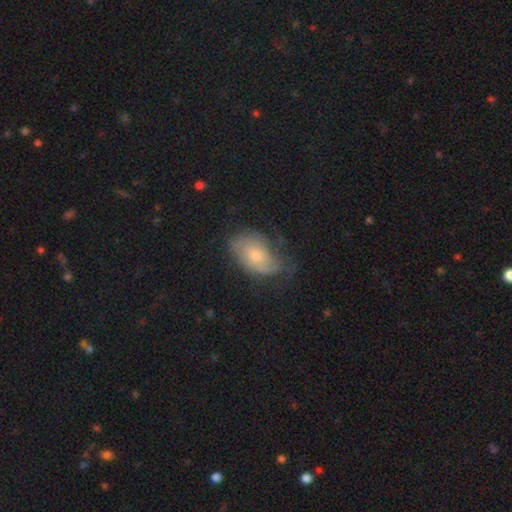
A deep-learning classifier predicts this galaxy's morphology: Smooth or featured? featured or disk (49%)
Merging? none (49%)